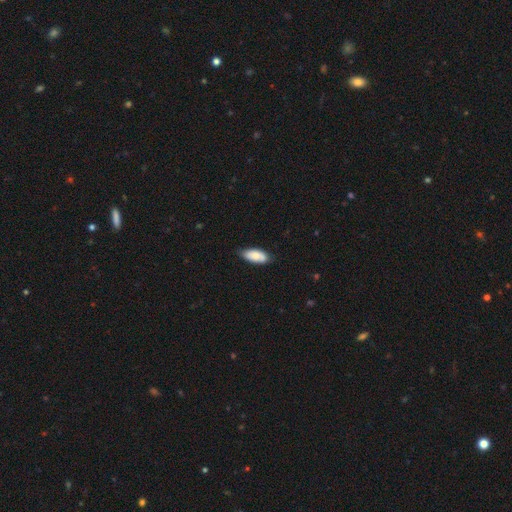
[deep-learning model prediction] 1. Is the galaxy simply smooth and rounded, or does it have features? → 72% smooth, 22% featured or disk, 6% star or artifact.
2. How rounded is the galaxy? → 88% in between, 10% cigar-shaped, 2% round.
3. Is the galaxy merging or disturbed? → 74% none, 21% minor disturbance, 3% major disturbance, 2% merger.